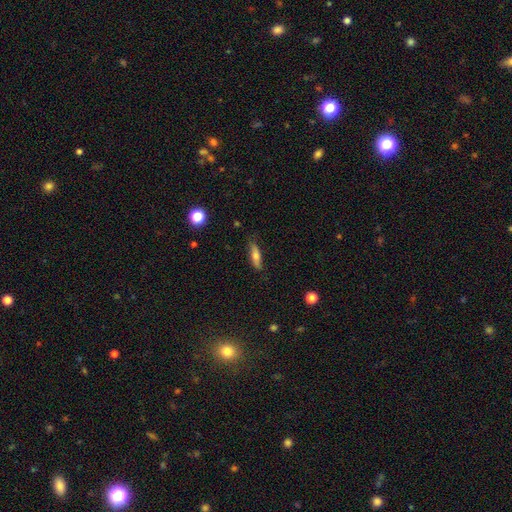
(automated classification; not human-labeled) The model was most divided on "how rounded": cigar-shaped: 61%, in between: 36%, round: 3%. More confident: merging — none (79%); smooth or featured — smooth (63%).